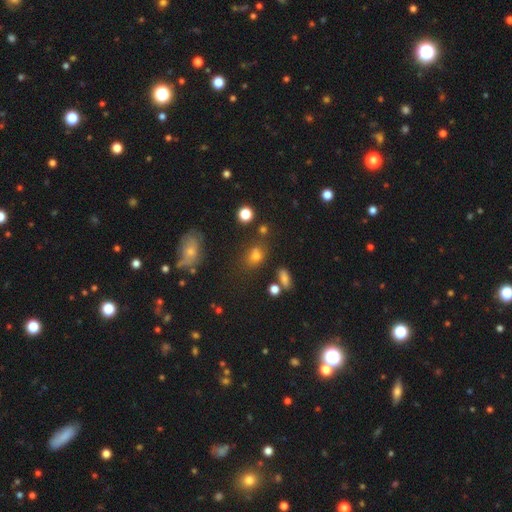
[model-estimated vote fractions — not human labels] Smooth or featured?
  - smooth: 69% *
  - star or artifact: 20%
  - featured or disk: 10%
How rounded?
  - in between: 52% *
  - round: 45%
  - cigar-shaped: 2%
Merging?
  - none: 58% *
  - merger: 18%
  - minor disturbance: 17%
  - major disturbance: 7%